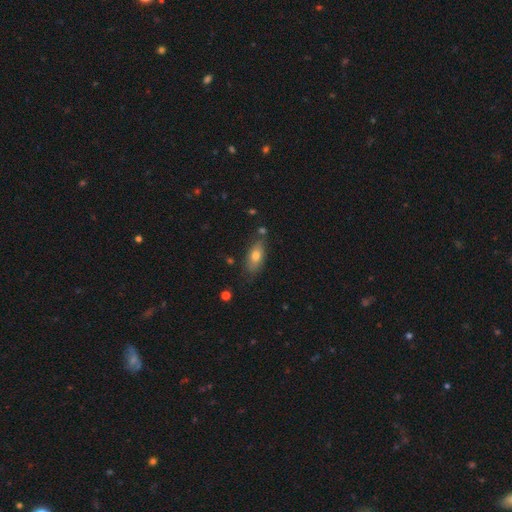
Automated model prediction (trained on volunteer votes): This is likely a smooth galaxy (72%). How rounded: clearly in between (81%). Merging: likely none (71%).